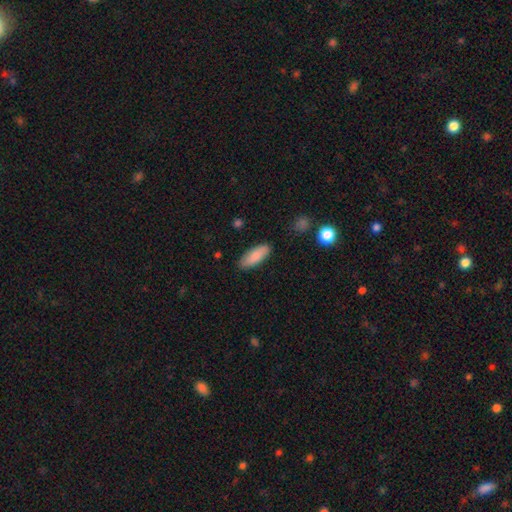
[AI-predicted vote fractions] The model was most divided on "how rounded": in between: 71%, cigar-shaped: 27%, round: 2%. More confident: merging — none (87%); smooth or featured — smooth (85%).